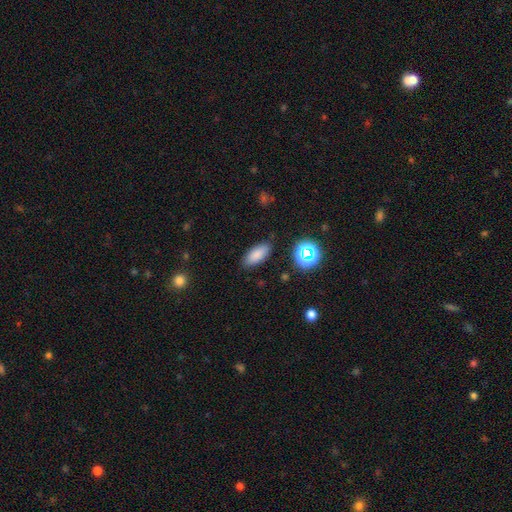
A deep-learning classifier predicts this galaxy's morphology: Overall: smooth (83%). How rounded: in between (82%). Merging: none (85%).